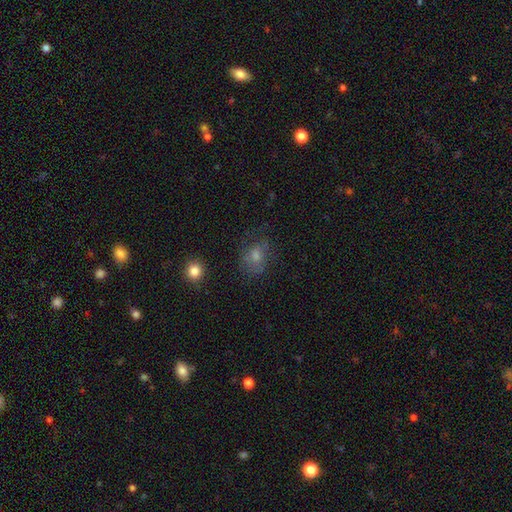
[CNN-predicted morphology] This is possibly a smooth galaxy (50%). How rounded: possibly in between (52%). Merging: likely none (64%).